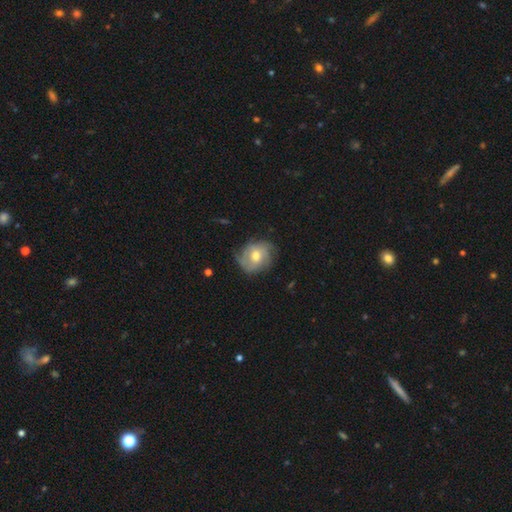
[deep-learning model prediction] smooth_or_featured: featured or disk (p=0.64) [alt: smooth p=0.29]
disk_edge_on: no (p=0.97) [alt: yes p=0.03]
bar: no (p=0.64) [alt: weak p=0.30]
has_spiral_arms: yes (p=0.84) [alt: no p=0.16]
spiral_winding: tight (p=0.47) [alt: medium p=0.35]
spiral_arm_count: can't tell (p=0.35) [alt: 2 p=0.26]
bulge_size: moderate (p=0.74) [alt: small p=0.17]
merging: none (p=0.68) [alt: minor disturbance p=0.22]